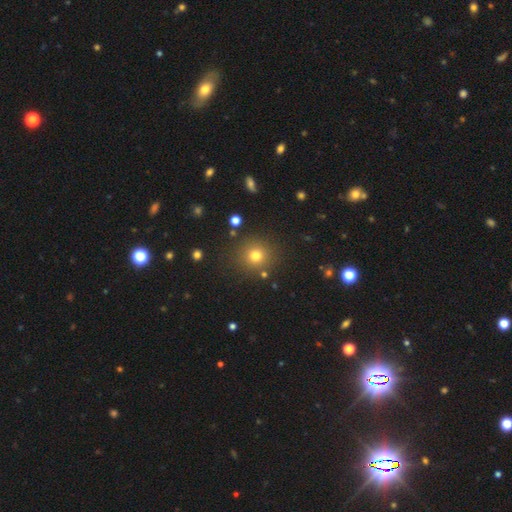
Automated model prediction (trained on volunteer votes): smooth-or-featured: smooth: 76% | star or artifact: 17% | featured or disk: 8%
  how-rounded: round: 92% | in between: 7% | cigar-shaped: 1%
  merging: none: 87% | minor disturbance: 7% | merger: 3% | major disturbance: 3%